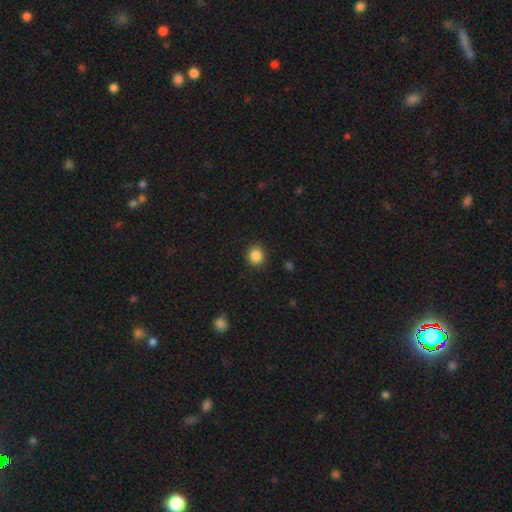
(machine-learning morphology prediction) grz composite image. It shows a smooth galaxy with no disk features (86%) that is round (86%). Merging: none (89%).